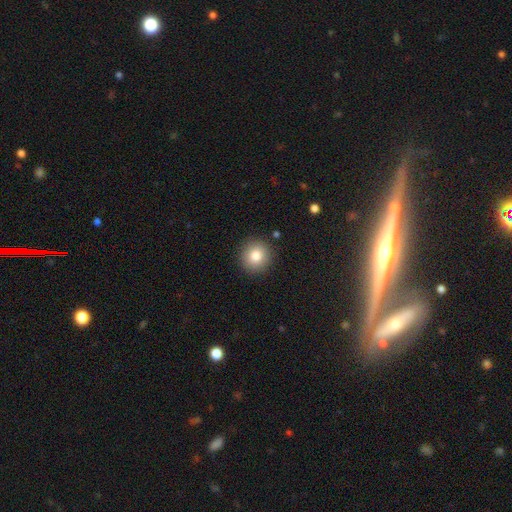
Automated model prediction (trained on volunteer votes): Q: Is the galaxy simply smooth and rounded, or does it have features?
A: smooth — 82%.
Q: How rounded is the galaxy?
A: round — 92%.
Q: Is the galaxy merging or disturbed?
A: none — 90%.